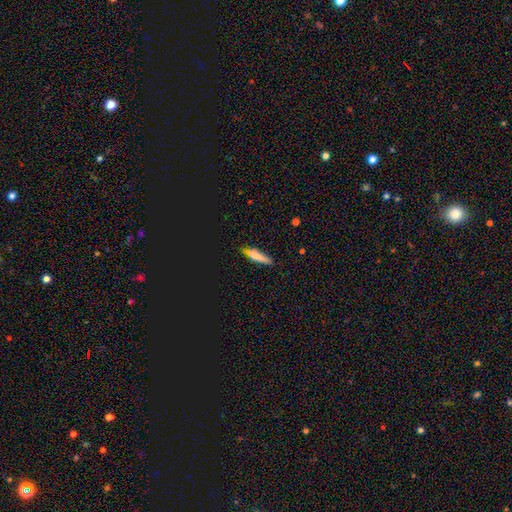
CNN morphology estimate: A smooth galaxy with no disk features (75%) that is cigar-shaped (71%). Merging: none (70%).